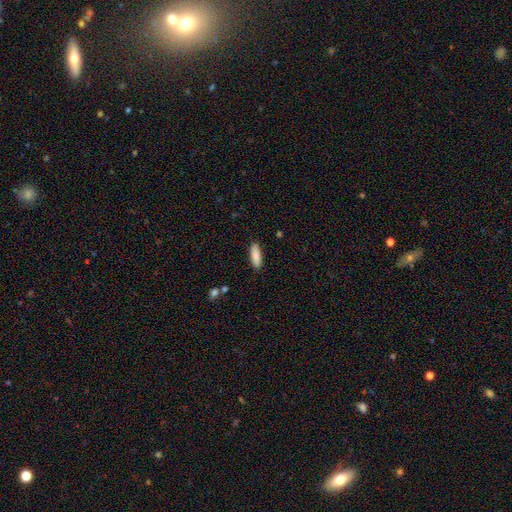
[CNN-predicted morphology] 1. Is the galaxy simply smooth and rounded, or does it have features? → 87% smooth, 7% featured or disk, 6% star or artifact.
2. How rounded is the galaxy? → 54% in between, 45% cigar-shaped, 2% round.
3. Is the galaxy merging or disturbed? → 88% none, 9% minor disturbance, 2% major disturbance, 1% merger.